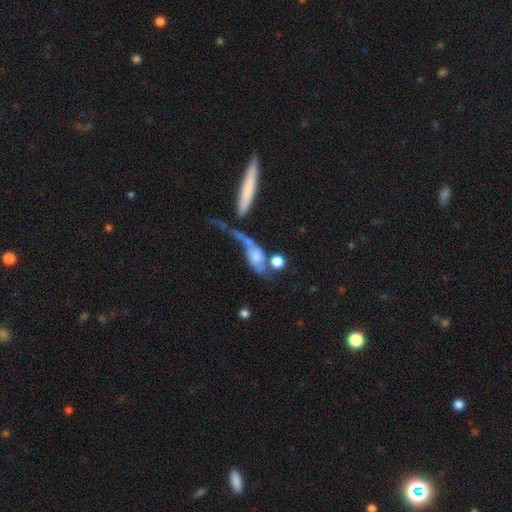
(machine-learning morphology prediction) Q: Smooth or featured?
A: smooth (47%); runner-up: featured or disk (43%)
Q: Merging?
A: merger (37%); runner-up: none (24%)